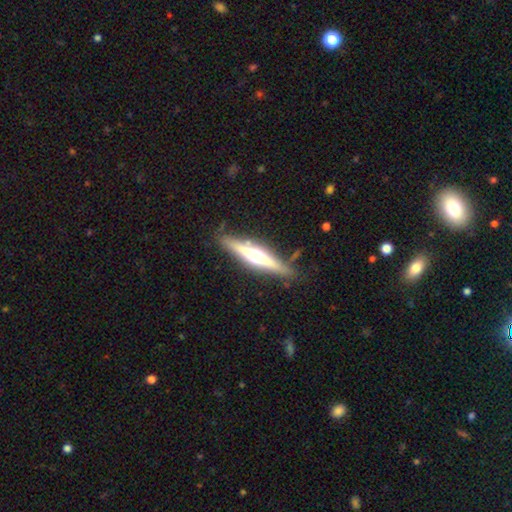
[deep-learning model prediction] Smooth or featured? Predicted: featured or disk (p=0.68). Edge-on disk? Predicted: yes (p=0.96). Edge-on bulge? Predicted: rounded (p=0.89). Merging? Predicted: none (p=0.83).